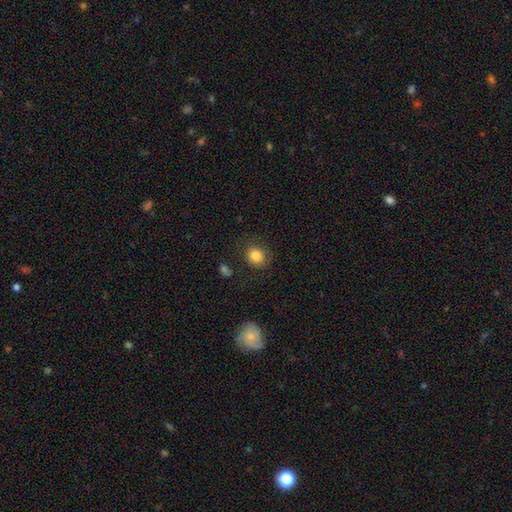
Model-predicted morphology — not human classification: smooth_or_featured: smooth (p=0.84) [alt: star or artifact p=0.10]
how_rounded: round (p=0.70) [alt: in between p=0.29]
merging: none (p=0.81) [alt: minor disturbance p=0.13]